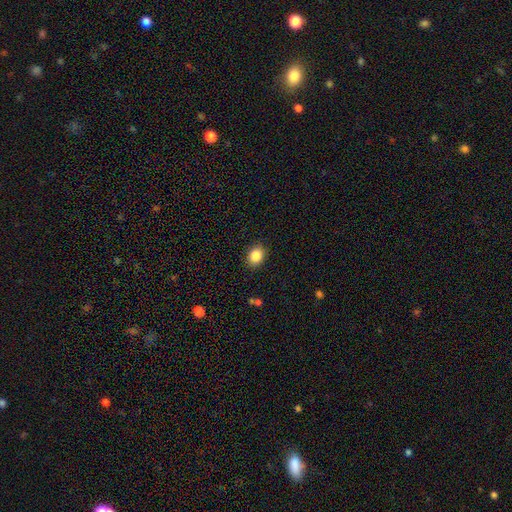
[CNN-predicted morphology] Smooth or featured? smooth (86%)
How rounded? in between (56%)
Merging? none (89%)